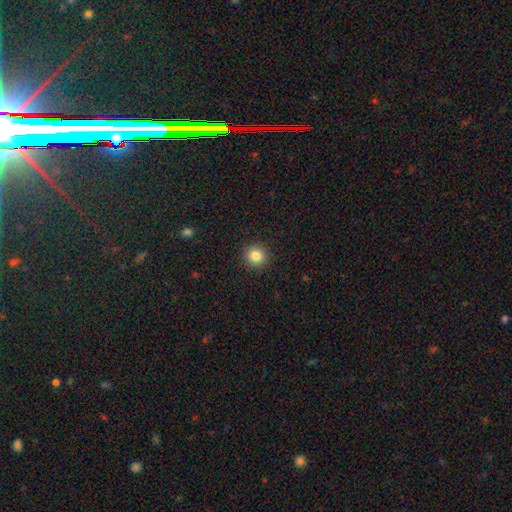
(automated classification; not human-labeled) smooth 84%, star or artifact 11%, featured or disk 5%. Down the decision tree: how rounded — round (92%); merging — none (92%).